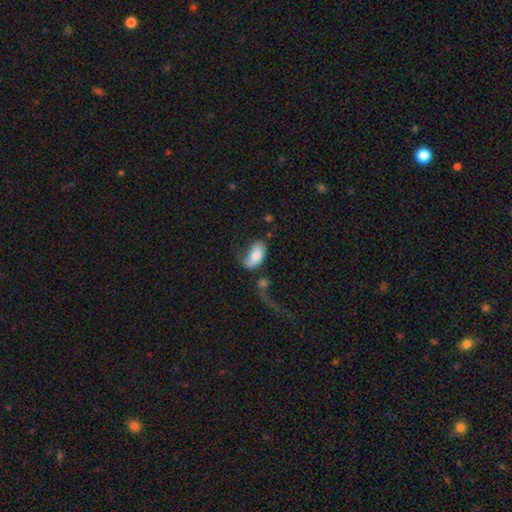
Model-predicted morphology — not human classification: smooth-or-featured: smooth: 73% | featured or disk: 20% | star or artifact: 7%
  how-rounded: in between: 93% | round: 4% | cigar-shaped: 2%
  merging: major disturbance: 35% | none: 27% | minor disturbance: 19% | merger: 18%